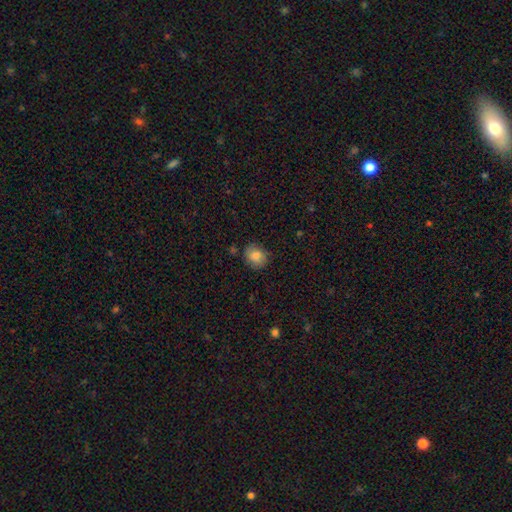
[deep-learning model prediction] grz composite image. It shows a smooth galaxy with no disk features (81%) that is round (66%). Merging: none (78%).